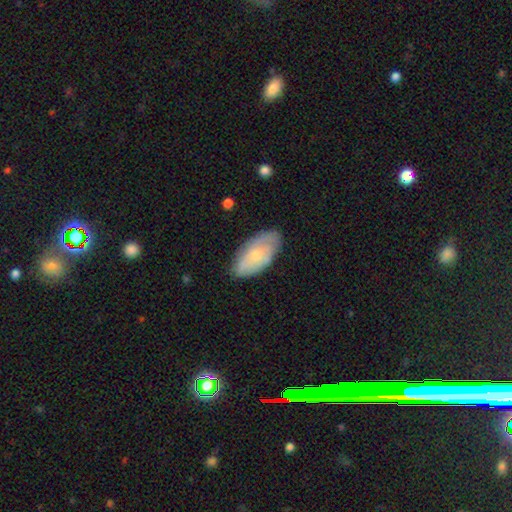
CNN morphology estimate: smooth_or_featured: smooth (p=0.61) [alt: featured or disk p=0.32]
how_rounded: in between (p=0.93) [alt: cigar-shaped p=0.04]
merging: none (p=0.73) [alt: minor disturbance p=0.22]